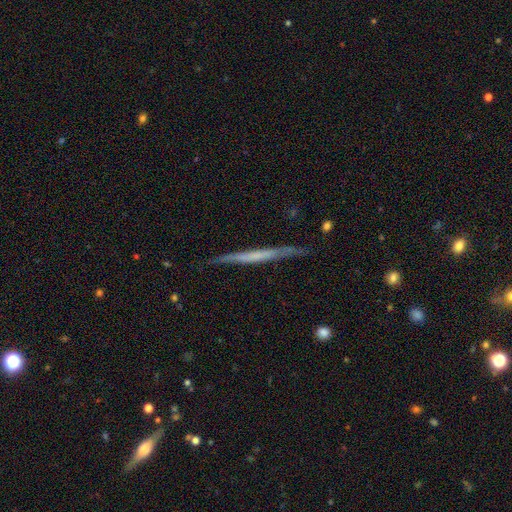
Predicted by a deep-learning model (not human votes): smooth_or_featured: featured or disk (p=0.61) [alt: smooth p=0.34]
disk_edge_on: yes (p=0.96) [alt: no p=0.04]
edge_on_bulge: none (p=0.80) [alt: rounded p=0.10]
merging: none (p=0.83) [alt: minor disturbance p=0.13]